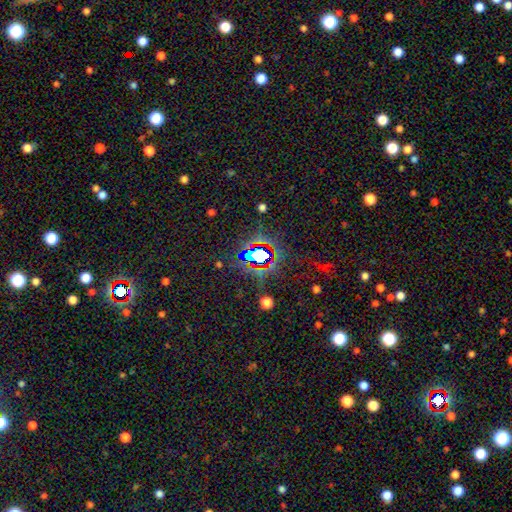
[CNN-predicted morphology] type=star or artifact (72%).